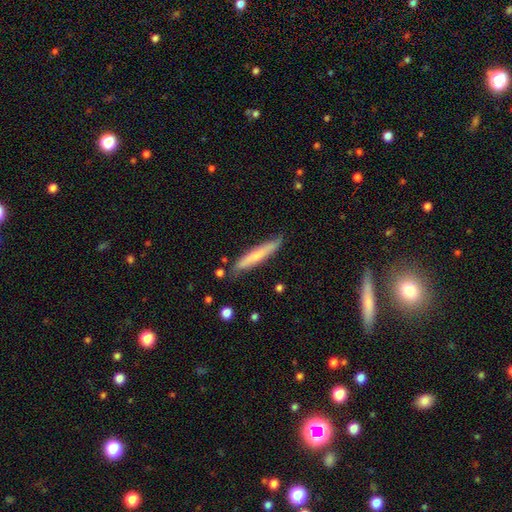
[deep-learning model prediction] A smooth galaxy with no disk features (61%) that is cigar-shaped (93%). Merging: none (81%).